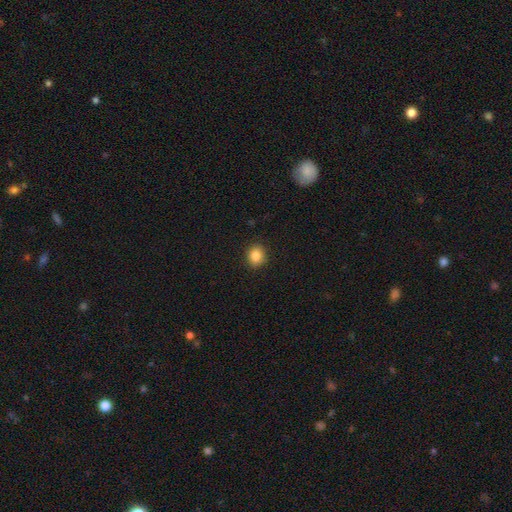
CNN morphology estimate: This appears to be a smooth galaxy with no disk features (86%) that is round (74%). Merging: none (90%).